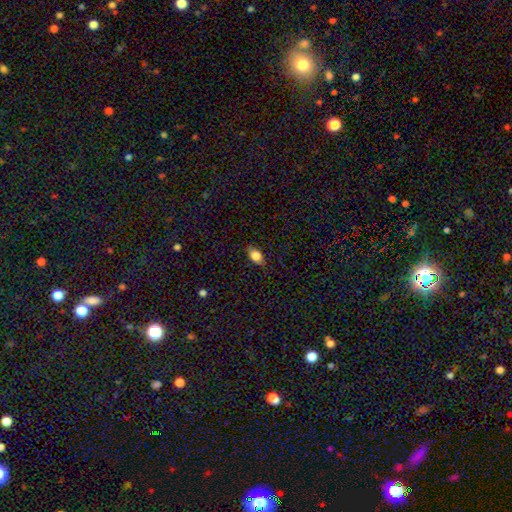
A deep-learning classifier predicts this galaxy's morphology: Smooth or featured: smooth — 82% (featured or disk — 9%)
How rounded: in between — 83% (round — 14%)
Merging: none — 82% (minor disturbance — 14%)